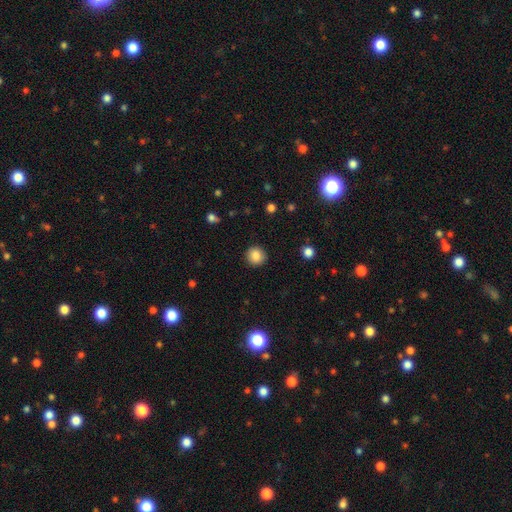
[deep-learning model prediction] Q: Smooth or featured?
A: smooth (86%); runner-up: star or artifact (10%)
Q: How rounded?
A: round (93%); runner-up: in between (6%)
Q: Merging?
A: none (91%); runner-up: minor disturbance (6%)